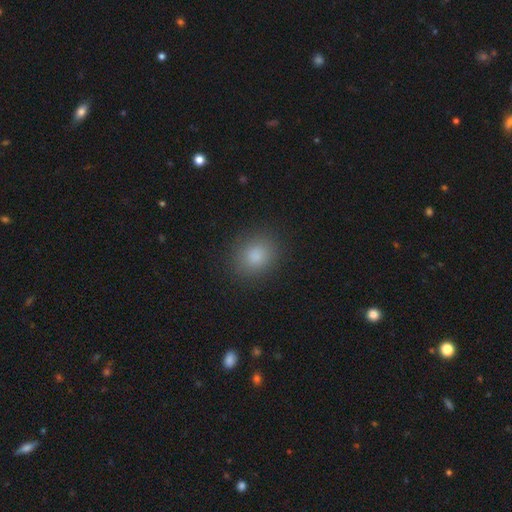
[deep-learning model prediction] A smooth galaxy with no disk features (84%) that is round (62%).

Vote fractions:
- Smooth or featured? smooth: 84% / star or artifact: 11% / featured or disk: 6%
- How rounded? round: 62% / in between: 37% / cigar-shaped: 1%
- Merging? none: 87% / minor disturbance: 9% / major disturbance: 3% / merger: 1%